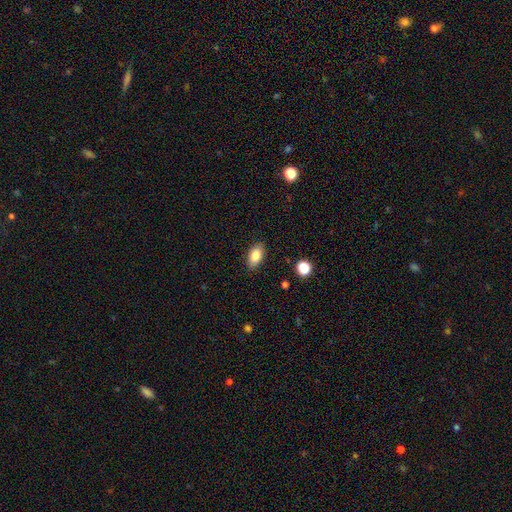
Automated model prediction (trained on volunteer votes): A smooth galaxy with no disk features (83%) that is in between round and cigar-shaped (91%). Merging: none (87%).